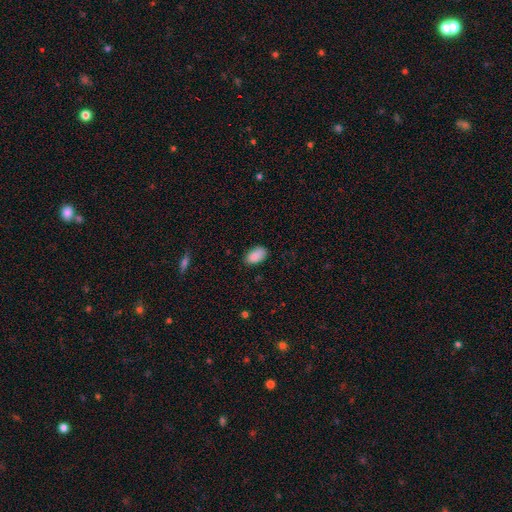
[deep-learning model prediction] Smooth or featured? smooth (88%)
How rounded? in between (94%)
Merging? none (80%)